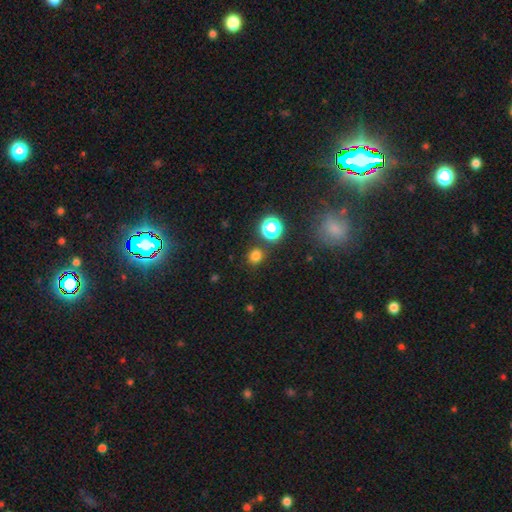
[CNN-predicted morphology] A smooth galaxy with no disk features (75%) that is round (84%).

Vote fractions:
- Smooth or featured? smooth: 75% / star or artifact: 20% / featured or disk: 4%
- How rounded? round: 84% / in between: 15% / cigar-shaped: 1%
- Merging? none: 85% / minor disturbance: 8% / merger: 4% / major disturbance: 3%